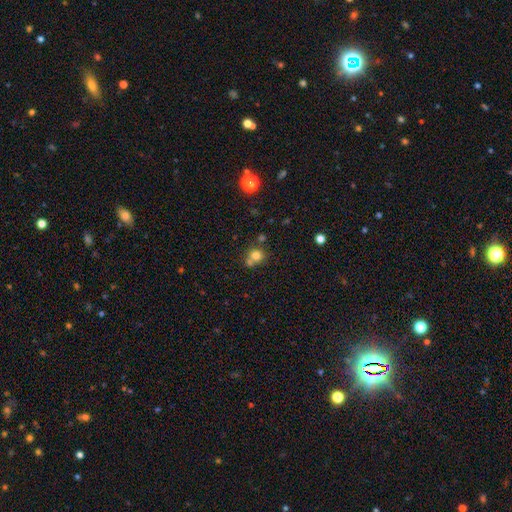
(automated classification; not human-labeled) Overall: smooth (76%). How rounded: round (85%). Merging: none (53%; merger 34%).